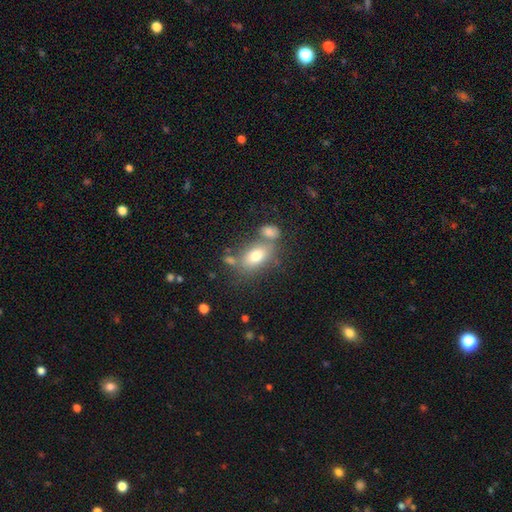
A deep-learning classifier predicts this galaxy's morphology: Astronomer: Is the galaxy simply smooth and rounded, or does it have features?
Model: smooth — 74%.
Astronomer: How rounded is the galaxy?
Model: in between — 84%.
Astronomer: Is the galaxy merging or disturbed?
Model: none — 54%.